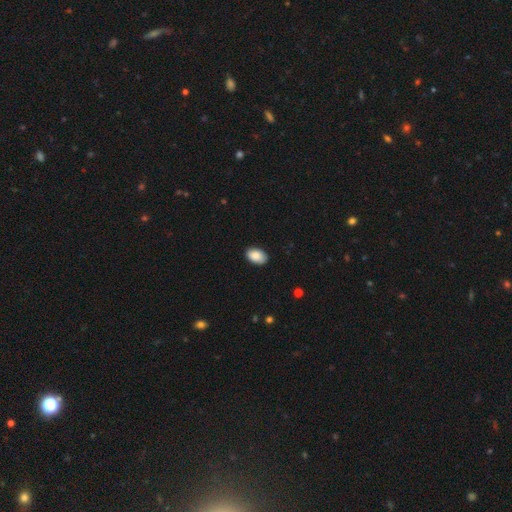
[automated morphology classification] smooth-or-featured: smooth: 88% | star or artifact: 7% | featured or disk: 5%
  how-rounded: in between: 92% | round: 6% | cigar-shaped: 1%
  merging: none: 88% | minor disturbance: 9% | major disturbance: 2% | merger: 1%